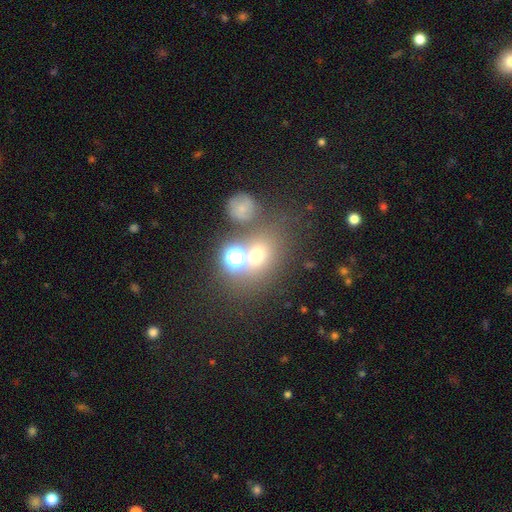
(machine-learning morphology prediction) Smooth or featured: smooth — 60% (star or artifact — 27%)
How rounded: round — 65% (in between — 34%)
Merging: none — 56% (merger — 27%)